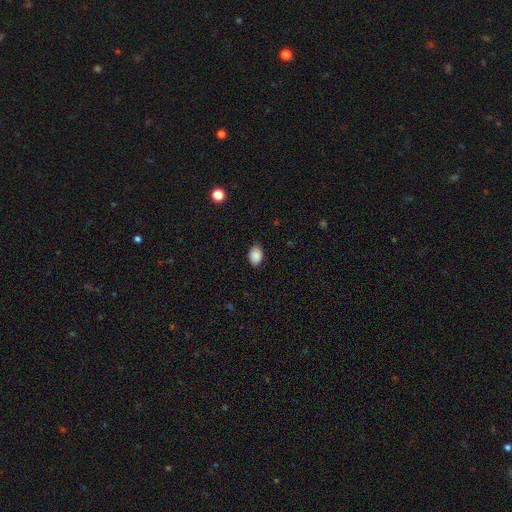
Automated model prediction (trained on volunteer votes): A smooth galaxy with no disk features (89%) that is in between round and cigar-shaped (77%).

Vote fractions:
- Smooth or featured? smooth: 89% / star or artifact: 8% / featured or disk: 3%
- How rounded? in between: 77% / round: 22% / cigar-shaped: 1%
- Merging? none: 82% / minor disturbance: 15% / major disturbance: 2% / merger: 1%